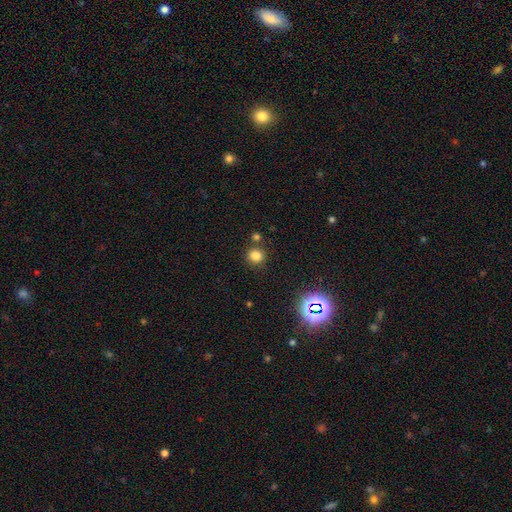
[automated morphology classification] smooth_or_featured: smooth (p=0.78) [alt: star or artifact p=0.17]
how_rounded: round (p=0.84) [alt: in between p=0.15]
merging: none (p=0.79) [alt: merger p=0.10]